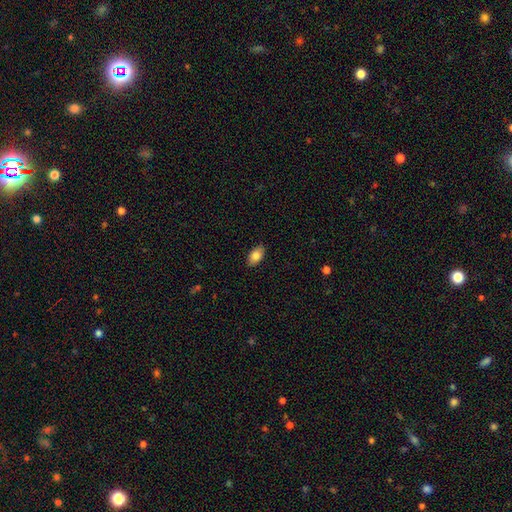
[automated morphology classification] The model was most divided on "smooth or featured": smooth: 83%, featured or disk: 10%, star or artifact: 7%. More confident: how rounded — in between (93%); merging — none (88%).